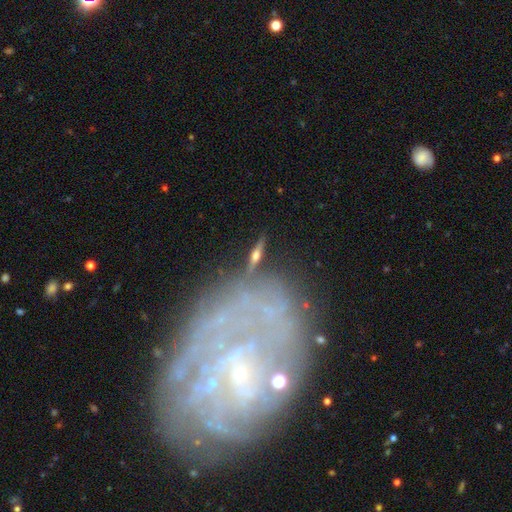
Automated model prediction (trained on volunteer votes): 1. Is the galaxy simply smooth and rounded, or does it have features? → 64% featured or disk, 27% smooth, 9% star or artifact.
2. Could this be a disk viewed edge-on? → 87% yes, 13% no.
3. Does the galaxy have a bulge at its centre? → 91% rounded, 5% boxy, 4% none.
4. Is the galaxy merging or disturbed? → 76% none, 12% minor disturbance, 7% merger, 5% major disturbance.